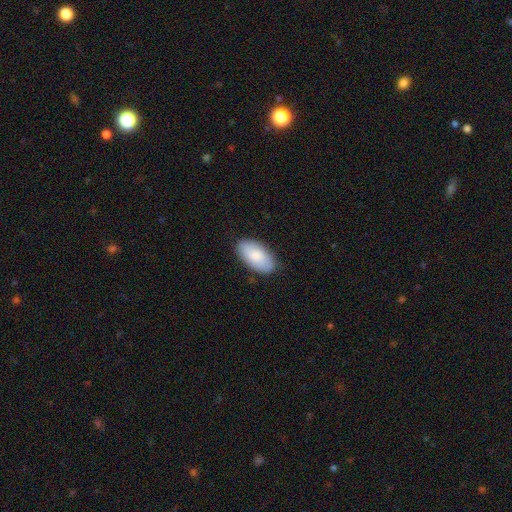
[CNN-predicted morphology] Smooth or featured? smooth (79%)
How rounded? in between (96%)
Merging? none (84%)